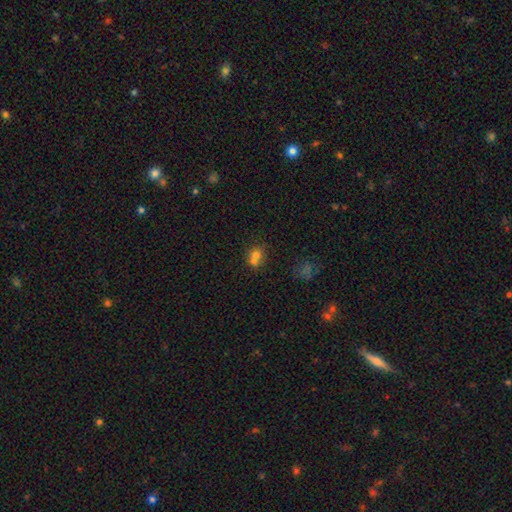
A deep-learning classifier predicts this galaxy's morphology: type=smooth (68%); roundness=round (71%); merging=merger (59%).